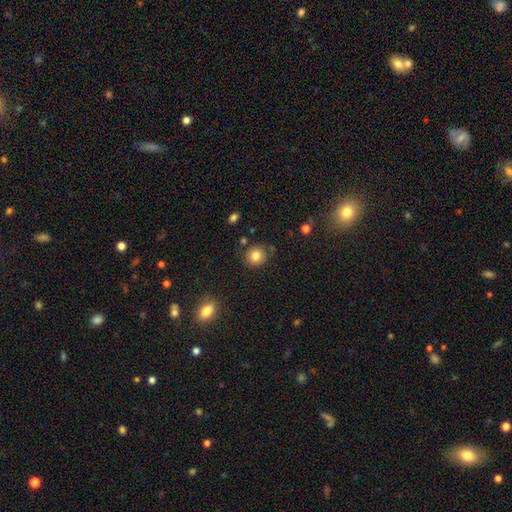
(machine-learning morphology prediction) Smooth or featured: smooth — 83% (star or artifact — 10%)
How rounded: round — 87% (in between — 12%)
Merging: none — 83% (minor disturbance — 10%)